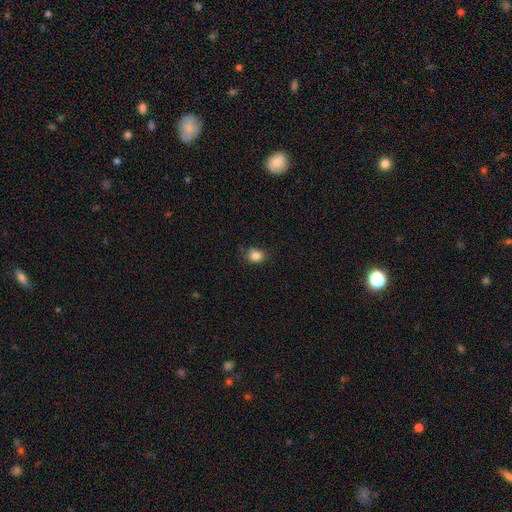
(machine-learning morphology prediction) A smooth galaxy with no disk features (83%) that is round (65%). Merging: none (72%).